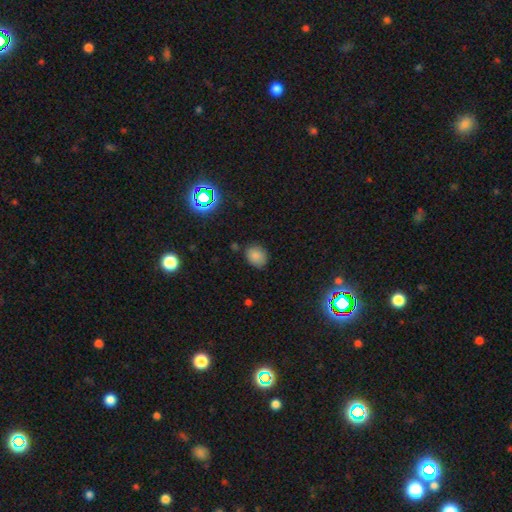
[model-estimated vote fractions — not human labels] Smooth or featured? Predicted: smooth (p=0.82). How rounded? Predicted: round (p=0.59). Merging? Predicted: none (p=0.78).